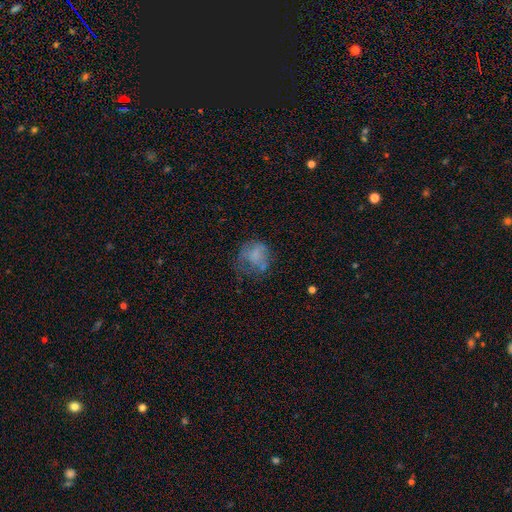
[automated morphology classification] Q: Smooth or featured?
A: smooth (59%); runner-up: featured or disk (29%)
Q: How rounded?
A: round (67%); runner-up: in between (32%)
Q: Merging?
A: none (40%); runner-up: major disturbance (31%)